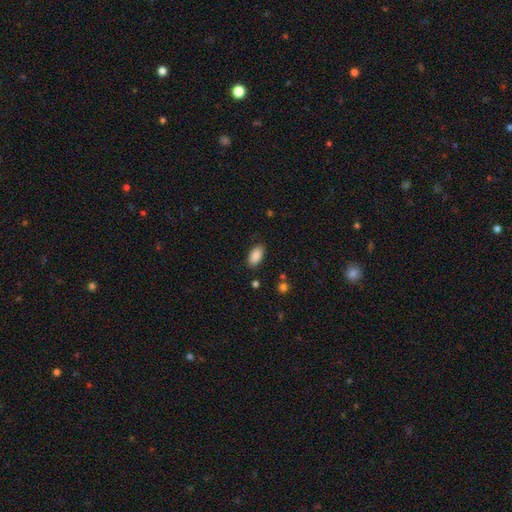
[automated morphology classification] Q: Smooth or featured?
A: smooth (89%); runner-up: star or artifact (7%)
Q: How rounded?
A: in between (94%); runner-up: cigar-shaped (4%)
Q: Merging?
A: none (86%); runner-up: minor disturbance (10%)